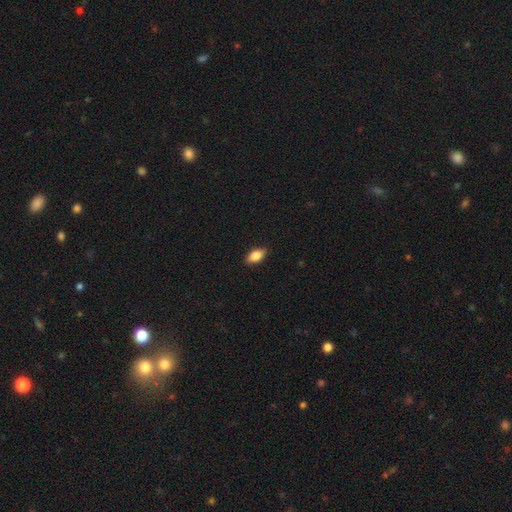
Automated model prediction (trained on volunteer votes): Morphology: type=smooth (84%); roundness=in between (90%); merging=none (87%).